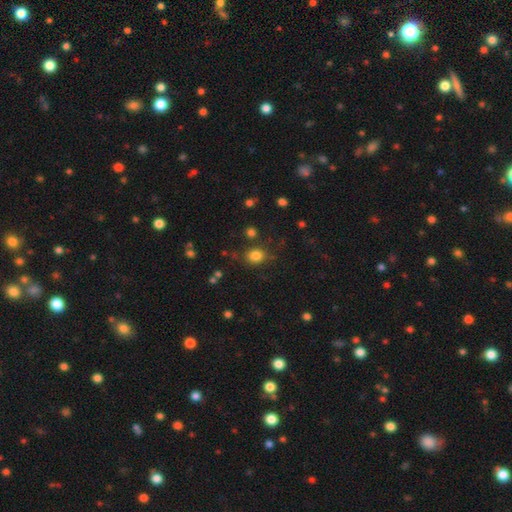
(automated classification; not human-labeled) smooth_or_featured: smooth (p=0.81) [alt: star or artifact p=0.13]
how_rounded: round (p=0.67) [alt: in between p=0.32]
merging: none (p=0.79) [alt: minor disturbance p=0.12]